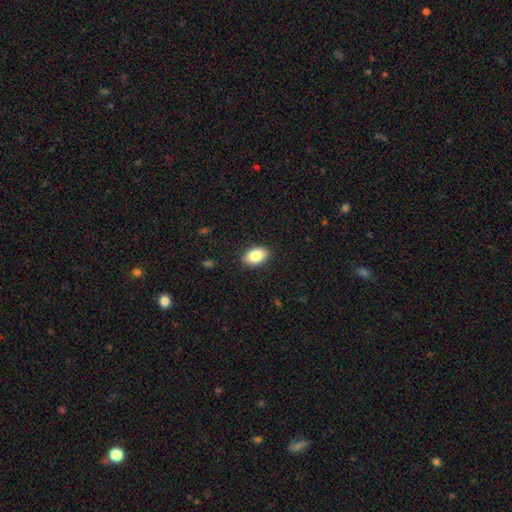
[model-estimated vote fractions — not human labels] A smooth galaxy with no disk features (85%) that is in between round and cigar-shaped (88%).

Vote fractions:
- Smooth or featured? smooth: 85% / featured or disk: 8% / star or artifact: 7%
- How rounded? in between: 88% / round: 11% / cigar-shaped: 1%
- Merging? none: 89% / minor disturbance: 8% / major disturbance: 2% / merger: 1%